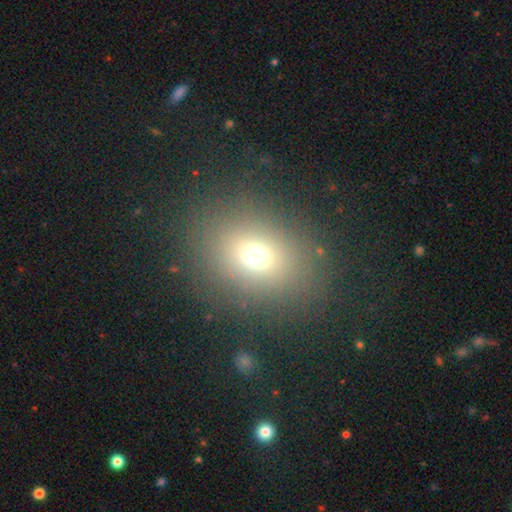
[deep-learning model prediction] Smooth or featured? Predicted: smooth (p=0.69). How rounded? Predicted: in between (p=0.50). Merging? Predicted: none (p=0.83).